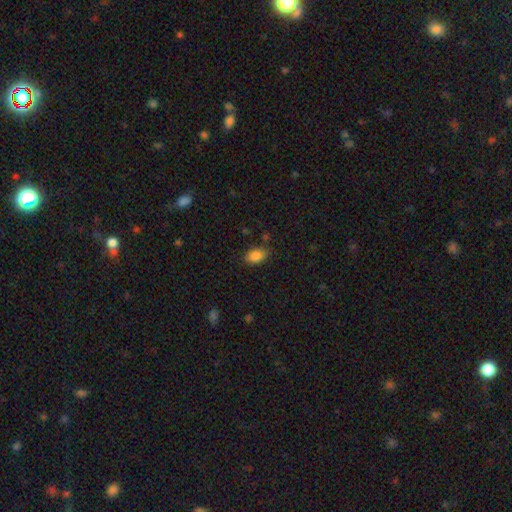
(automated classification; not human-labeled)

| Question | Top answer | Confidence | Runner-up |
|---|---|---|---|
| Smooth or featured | smooth | 85% | star or artifact (9%) |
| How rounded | in between | 86% | round (12%) |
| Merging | none | 82% | minor disturbance (13%) |